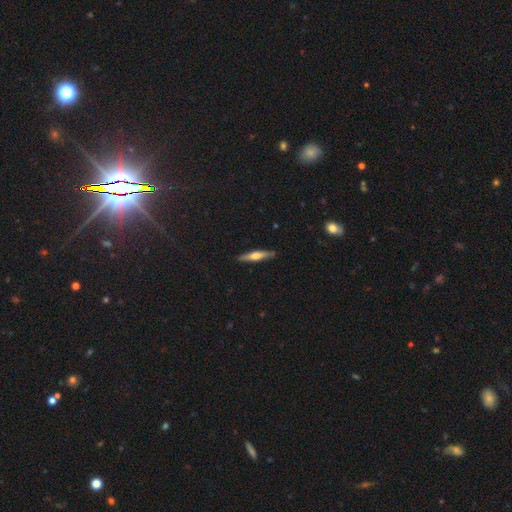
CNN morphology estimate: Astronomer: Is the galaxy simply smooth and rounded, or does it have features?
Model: featured or disk — 52% (runner-up: smooth, 42%).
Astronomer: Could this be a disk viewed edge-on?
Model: yes — 95%.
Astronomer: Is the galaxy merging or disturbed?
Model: none — 89%.